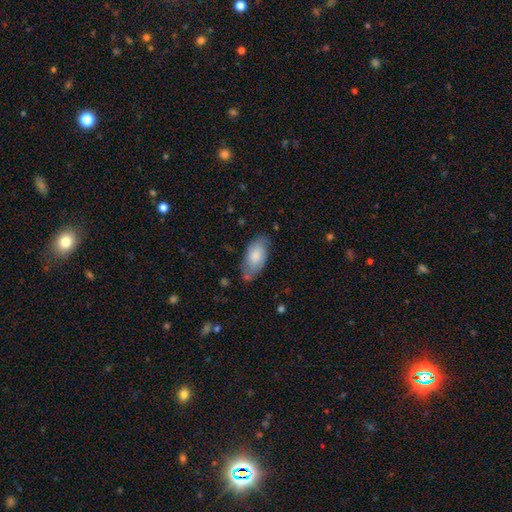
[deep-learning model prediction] Smooth or featured? Predicted: smooth (p=0.71). How rounded? Predicted: in between (p=0.92). Merging? Predicted: none (p=0.63).